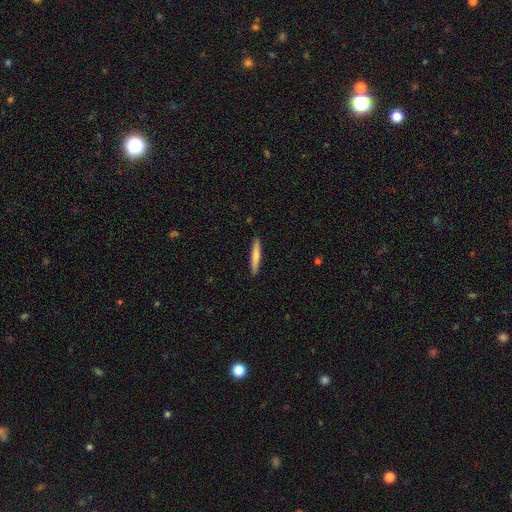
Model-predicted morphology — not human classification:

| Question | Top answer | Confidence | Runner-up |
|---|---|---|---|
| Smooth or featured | smooth | 72% | featured or disk (23%) |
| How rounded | cigar-shaped | 94% | in between (5%) |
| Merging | none | 92% | minor disturbance (6%) |